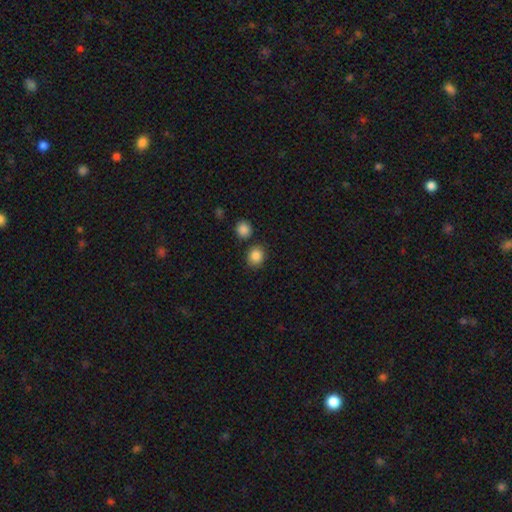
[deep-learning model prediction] Smooth or featured? Predicted: smooth (p=0.86). How rounded? Predicted: round (p=0.74). Merging? Predicted: none (p=0.81).